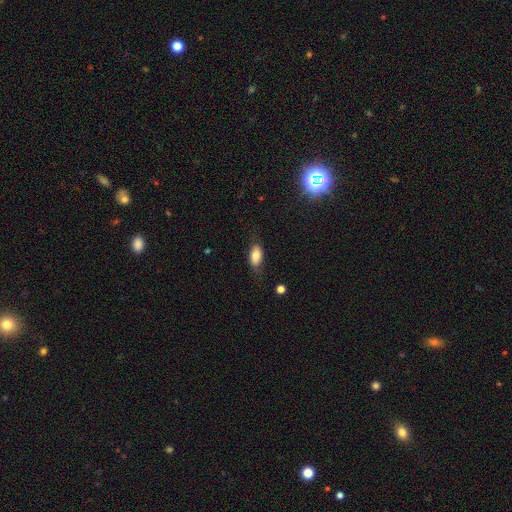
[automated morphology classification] smooth-or-featured: smooth: 77% | featured or disk: 14% | star or artifact: 8%
  how-rounded: in between: 89% | cigar-shaped: 7% | round: 5%
  merging: none: 69% | minor disturbance: 22% | major disturbance: 8% | merger: 1%